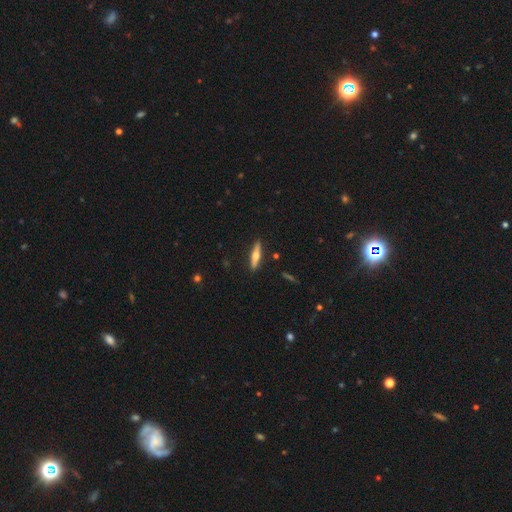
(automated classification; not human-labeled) featured or disk 52%, smooth 42%, star or artifact 6%. Down the decision tree: edge-on disk — yes (95%); merging — none (90%).